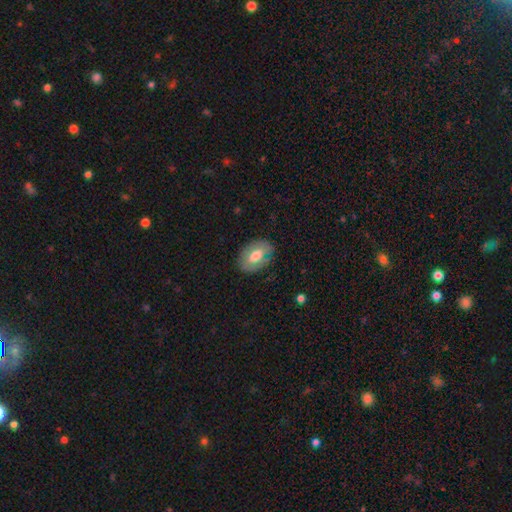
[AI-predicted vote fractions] Smooth or featured: smooth — 58% (featured or disk — 35%)
How rounded: in between — 87% (round — 12%)
Merging: none — 80% (minor disturbance — 14%)